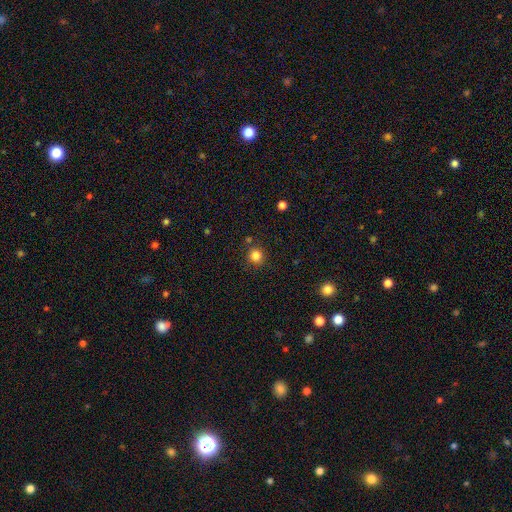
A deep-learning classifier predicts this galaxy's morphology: Smooth or featured? smooth (83%)
How rounded? round (91%)
Merging? none (85%)